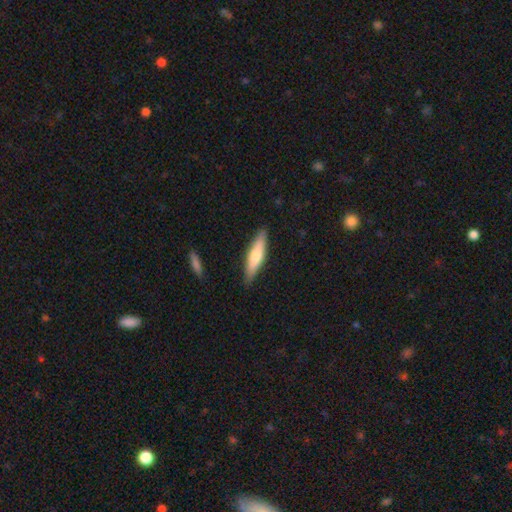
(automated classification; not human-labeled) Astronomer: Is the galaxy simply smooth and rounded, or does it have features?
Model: smooth — 61%.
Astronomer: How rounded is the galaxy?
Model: cigar-shaped — 77%.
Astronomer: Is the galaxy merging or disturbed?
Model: none — 88%.